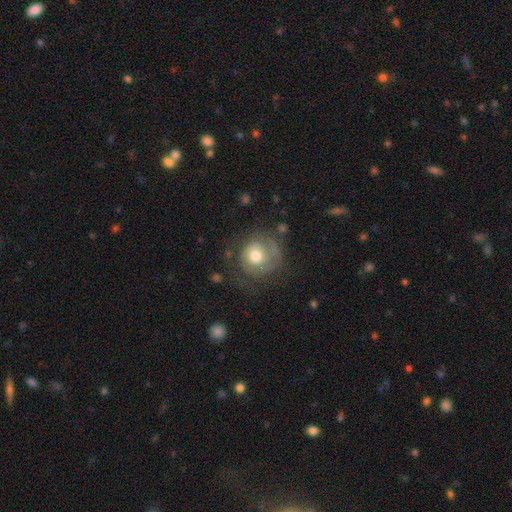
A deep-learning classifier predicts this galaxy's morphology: Overall: featured or disk (50%; smooth 42%). Edge-on disk: no (97%). Merging: none (58%; minor disturbance 20%).